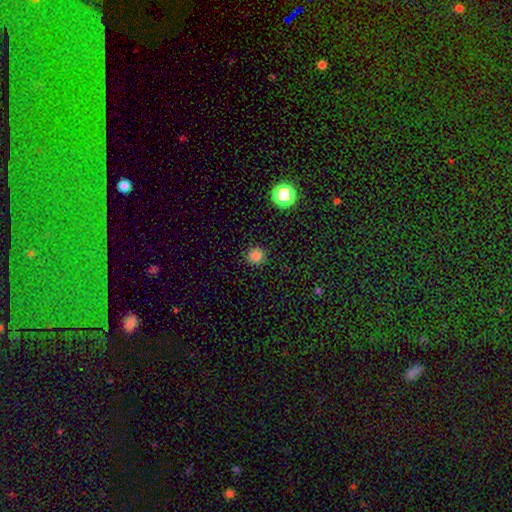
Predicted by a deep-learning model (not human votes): The model was most divided on "smooth or featured": smooth: 80%, star or artifact: 15%, featured or disk: 5%. More confident: merging — none (91%); how rounded — round (89%).